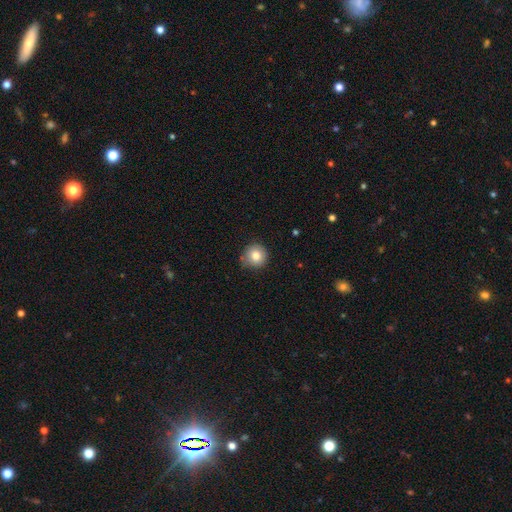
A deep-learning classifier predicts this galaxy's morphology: smooth_or_featured: smooth (p=0.82) [alt: star or artifact p=0.09]
how_rounded: round (p=0.93) [alt: in between p=0.06]
merging: none (p=0.76) [alt: minor disturbance p=0.19]